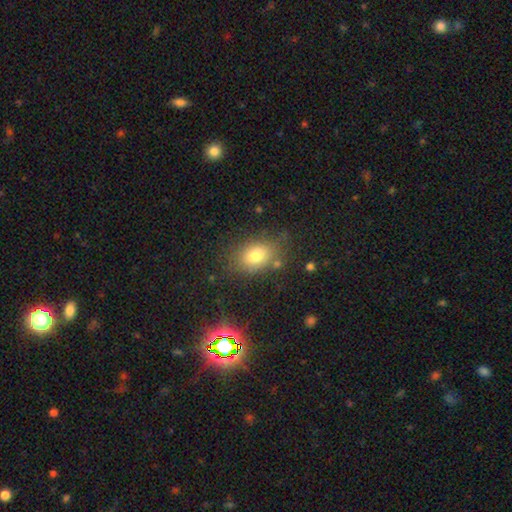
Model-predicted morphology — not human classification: This is likely a smooth galaxy (76%). How rounded: likely in between (77%). Merging: likely none (76%).